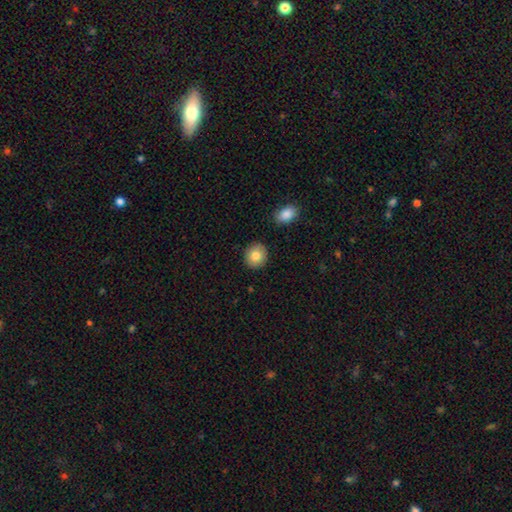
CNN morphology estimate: smooth 82%, featured or disk 10%, star or artifact 8%. Down the decision tree: how rounded — round (83%); merging — none (89%).